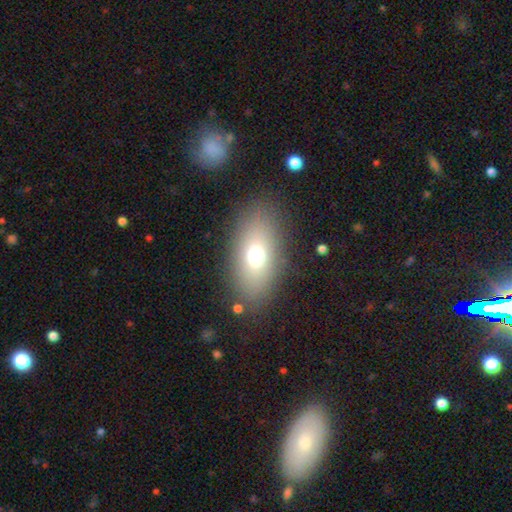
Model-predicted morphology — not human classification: Smooth or featured?
  - smooth: 68% *
  - featured or disk: 18%
  - star or artifact: 14%
How rounded?
  - in between: 82% *
  - round: 13%
  - cigar-shaped: 4%
Merging?
  - none: 83% *
  - minor disturbance: 9%
  - major disturbance: 6%
  - merger: 2%